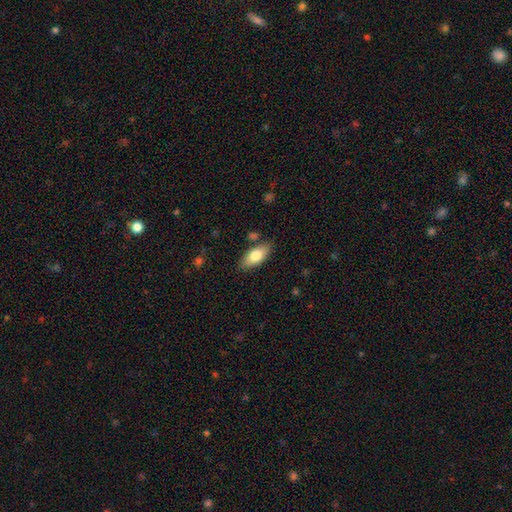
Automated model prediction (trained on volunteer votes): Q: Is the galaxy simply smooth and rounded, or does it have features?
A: smooth — 79%.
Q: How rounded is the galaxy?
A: in between — 88%.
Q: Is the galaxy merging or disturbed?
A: none — 82%.